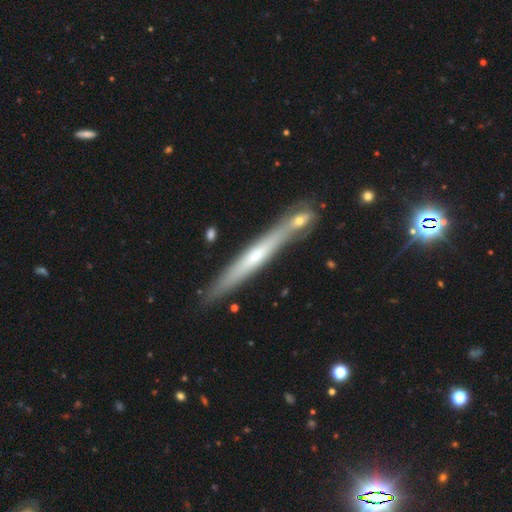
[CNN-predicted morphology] A featured or disk galaxy (63%) viewed edge-on (92%) with a rounded central bulge (55%). Merging: none (76%).